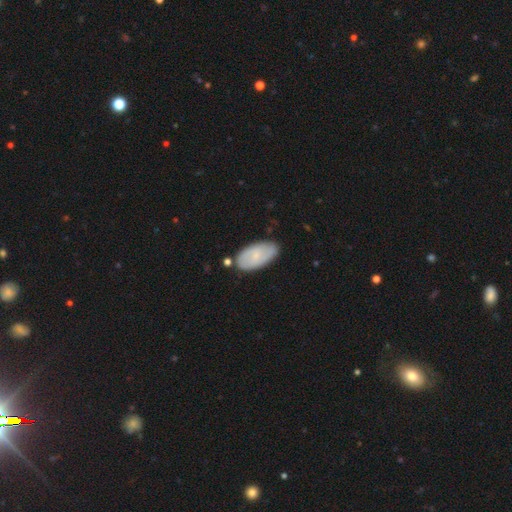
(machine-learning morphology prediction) Overall: smooth (65%; featured or disk 29%). How rounded: in between (94%). Merging: none (72%).